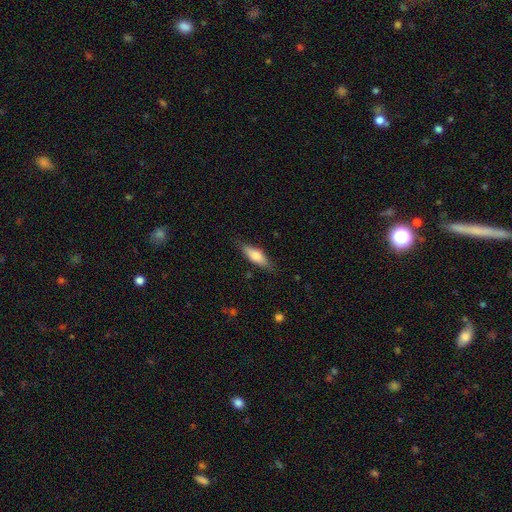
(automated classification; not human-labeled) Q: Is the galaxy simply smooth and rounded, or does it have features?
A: smooth — 67%.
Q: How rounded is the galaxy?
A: in between — 51%.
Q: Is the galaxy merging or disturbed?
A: none — 81%.